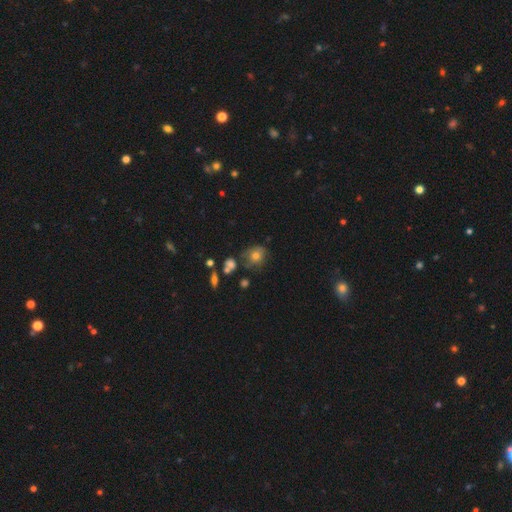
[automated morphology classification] This is likely a smooth galaxy (66%). How rounded: likely round (70%). Merging: possibly none (58%).